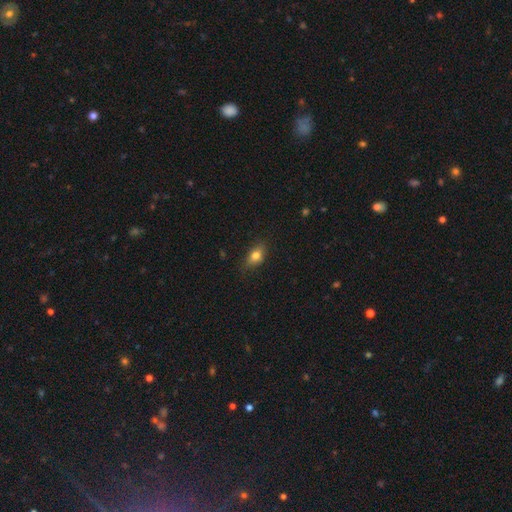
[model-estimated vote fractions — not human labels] Smooth or featured?
  - smooth: 80% *
  - featured or disk: 10%
  - star or artifact: 10%
How rounded?
  - in between: 79% *
  - round: 17%
  - cigar-shaped: 4%
Merging?
  - none: 78% *
  - minor disturbance: 17%
  - major disturbance: 4%
  - merger: 1%